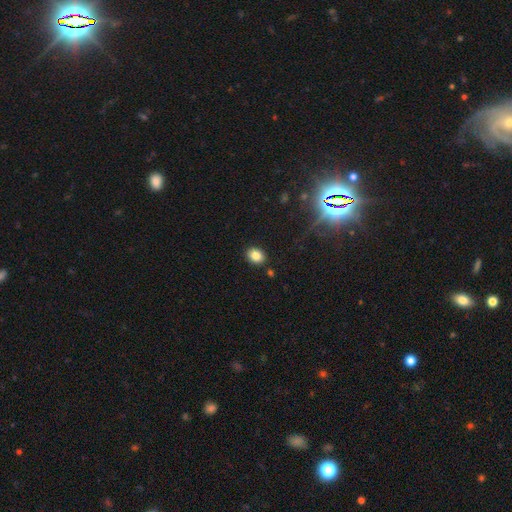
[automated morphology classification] Smooth or featured? smooth (83%)
How rounded? in between (56%)
Merging? none (88%)